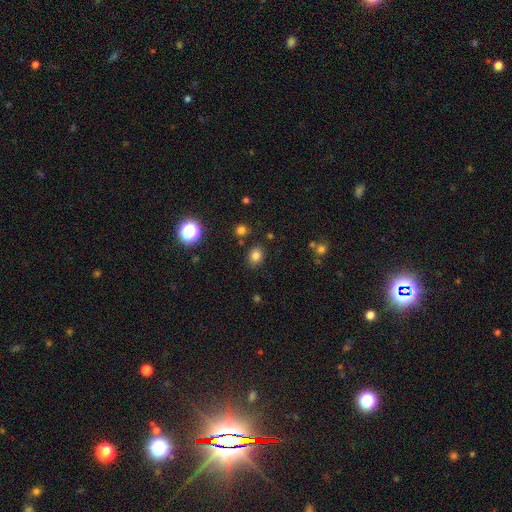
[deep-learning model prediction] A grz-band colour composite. It shows a smooth galaxy with no disk features (80%) that is round (50%). Merging: none (83%).